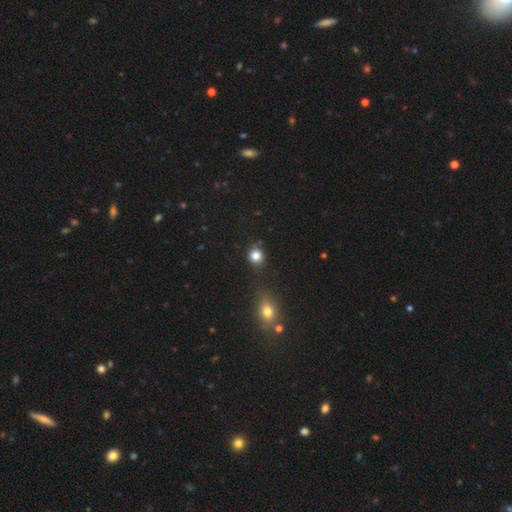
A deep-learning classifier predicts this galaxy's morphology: smooth_or_featured: smooth (p=0.83) [alt: star or artifact p=0.12]
how_rounded: round (p=0.84) [alt: in between p=0.14]
merging: none (p=0.81) [alt: minor disturbance p=0.11]